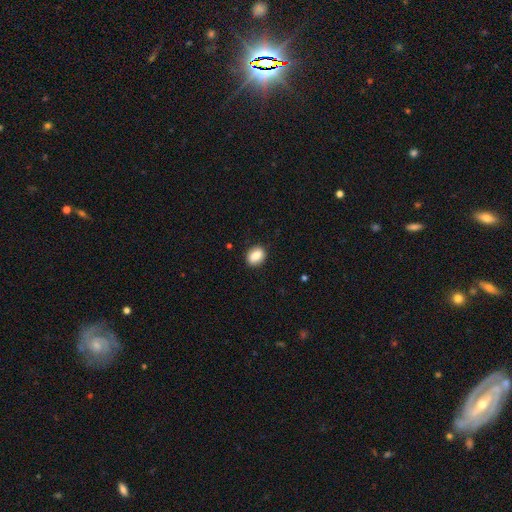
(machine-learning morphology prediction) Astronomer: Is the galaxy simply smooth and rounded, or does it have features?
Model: smooth — 85%.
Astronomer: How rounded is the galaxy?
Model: in between — 64%.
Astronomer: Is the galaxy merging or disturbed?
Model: none — 88%.